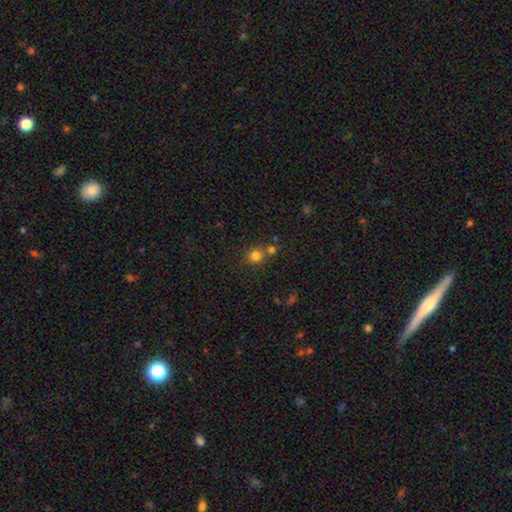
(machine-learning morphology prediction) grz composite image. It shows a smooth galaxy with no disk features (78%) that is round (86%). Merging: none (63%).